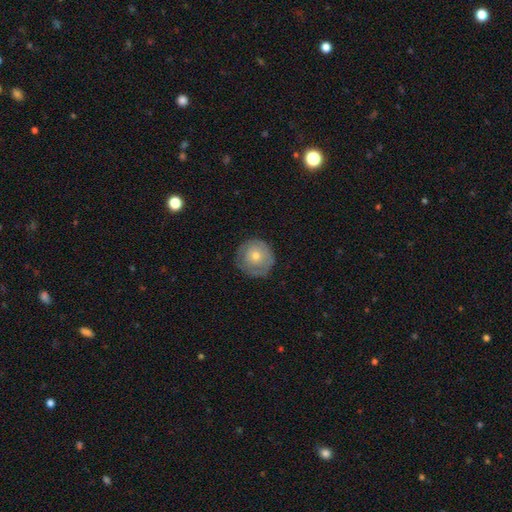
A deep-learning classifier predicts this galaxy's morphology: Q: Smooth or featured?
A: smooth (53%); runner-up: featured or disk (40%)
Q: How rounded?
A: round (93%); runner-up: in between (6%)
Q: Merging?
A: none (78%); runner-up: minor disturbance (16%)